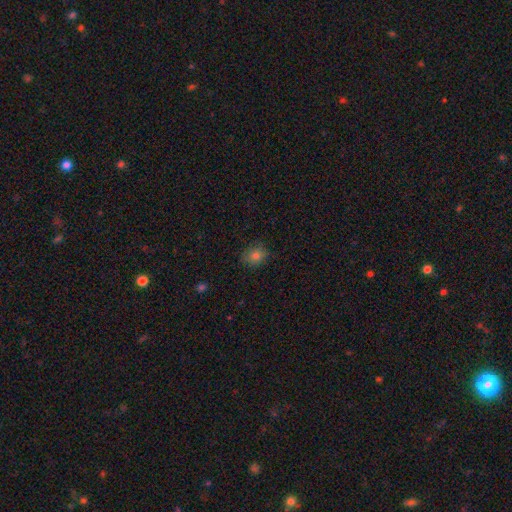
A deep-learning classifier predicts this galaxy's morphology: smooth-or-featured: smooth: 80% | star or artifact: 12% | featured or disk: 8%
  how-rounded: round: 59% | in between: 40% | cigar-shaped: 1%
  merging: none: 80% | minor disturbance: 16% | major disturbance: 3% | merger: 1%